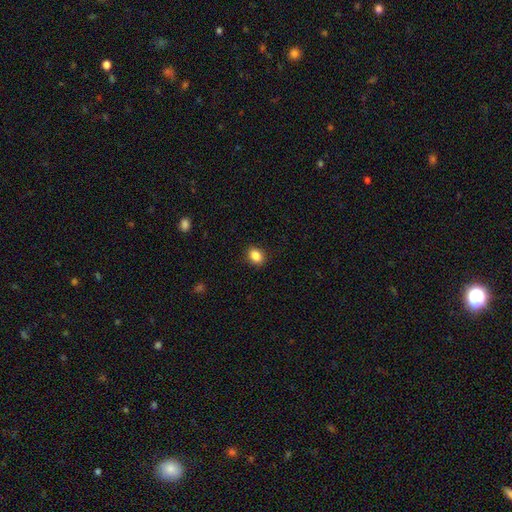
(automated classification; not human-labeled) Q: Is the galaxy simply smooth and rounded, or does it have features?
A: smooth — 86%.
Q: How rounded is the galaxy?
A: in between — 60%.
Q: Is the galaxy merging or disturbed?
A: none — 89%.